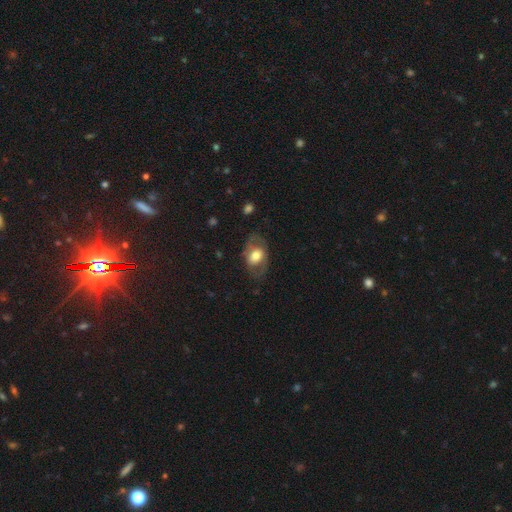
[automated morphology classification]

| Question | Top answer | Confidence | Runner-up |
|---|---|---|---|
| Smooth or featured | smooth | 53% | featured or disk (41%) |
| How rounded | in between | 80% | round (18%) |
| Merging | none | 67% | minor disturbance (19%) |